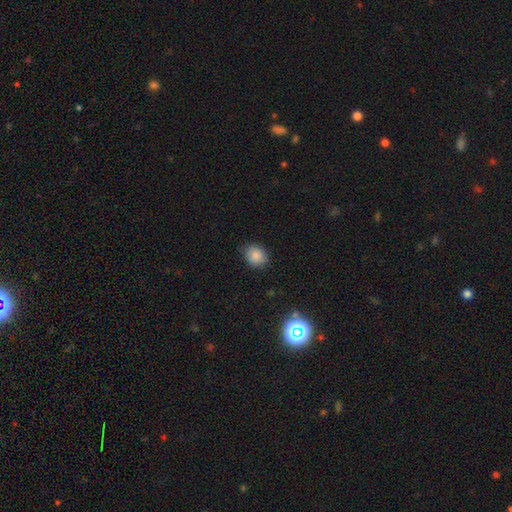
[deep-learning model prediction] smooth 85%, star or artifact 10%, featured or disk 5%. Down the decision tree: how rounded — round (61%); merging — none (82%).